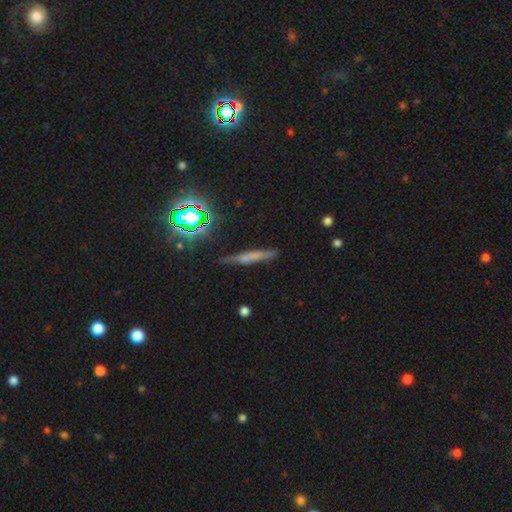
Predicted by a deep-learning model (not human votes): Smooth or featured? smooth (44%)
Merging? none (82%)